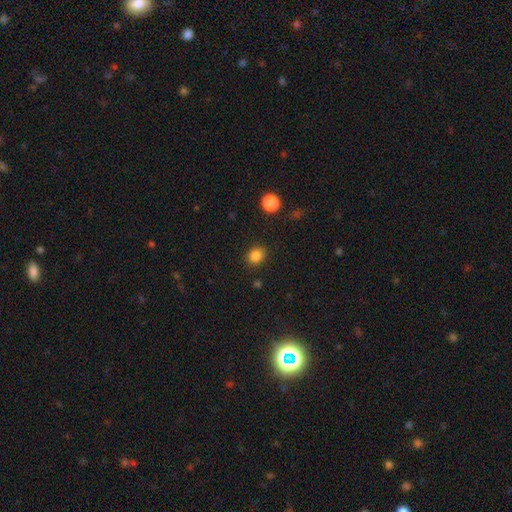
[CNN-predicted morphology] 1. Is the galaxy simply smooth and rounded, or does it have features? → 85% smooth, 12% star or artifact, 3% featured or disk.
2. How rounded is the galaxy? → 62% round, 37% in between, 1% cigar-shaped.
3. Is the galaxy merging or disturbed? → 86% none, 10% minor disturbance, 3% major disturbance, 2% merger.